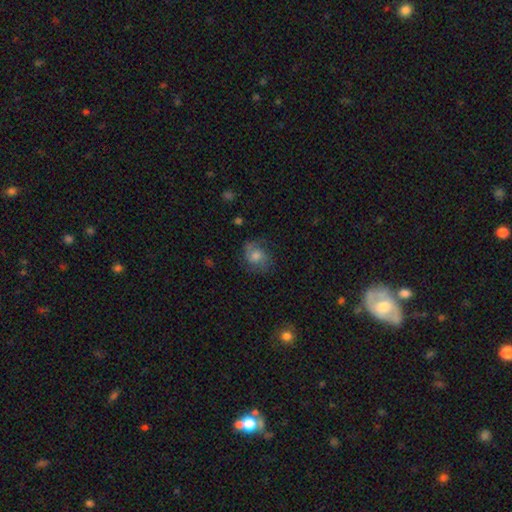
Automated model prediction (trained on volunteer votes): The model was most divided on "smooth or featured": smooth: 53%, featured or disk: 35%, star or artifact: 12%. More confident: merging — none (64%); how rounded — round (60%).